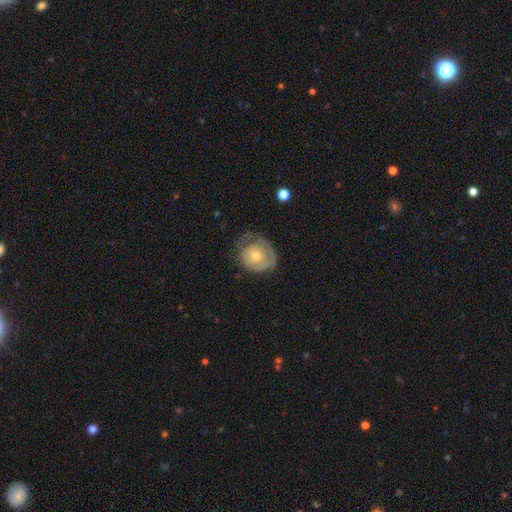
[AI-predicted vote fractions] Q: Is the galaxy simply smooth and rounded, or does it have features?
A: featured or disk — 62%.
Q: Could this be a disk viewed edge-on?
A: no — 97%.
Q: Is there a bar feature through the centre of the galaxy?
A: no — 84%.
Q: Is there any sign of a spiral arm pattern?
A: yes — 66%.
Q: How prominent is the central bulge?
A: small — 50%.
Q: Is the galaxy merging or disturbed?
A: none — 56%.